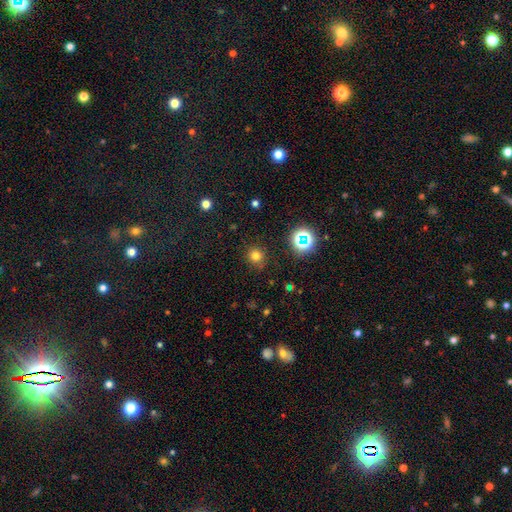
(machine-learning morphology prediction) Overall: smooth (73%). How rounded: round (91%). Merging: none (86%).